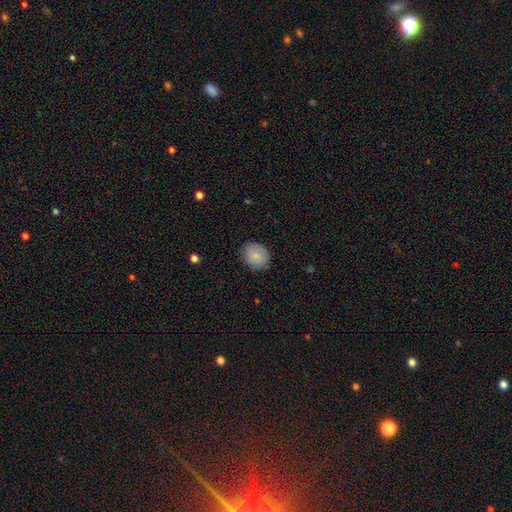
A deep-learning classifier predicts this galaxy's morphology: Smooth or featured: smooth — 83% (featured or disk — 9%)
How rounded: round — 65% (in between — 34%)
Merging: none — 84% (minor disturbance — 12%)